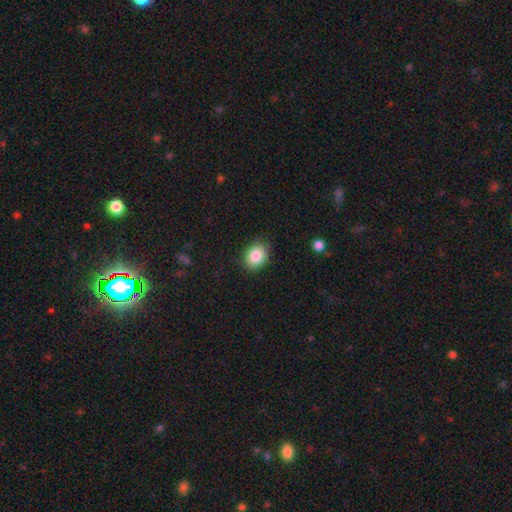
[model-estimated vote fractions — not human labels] smooth 85%, star or artifact 8%, featured or disk 7%. Down the decision tree: how rounded — in between (61%); merging — none (83%).